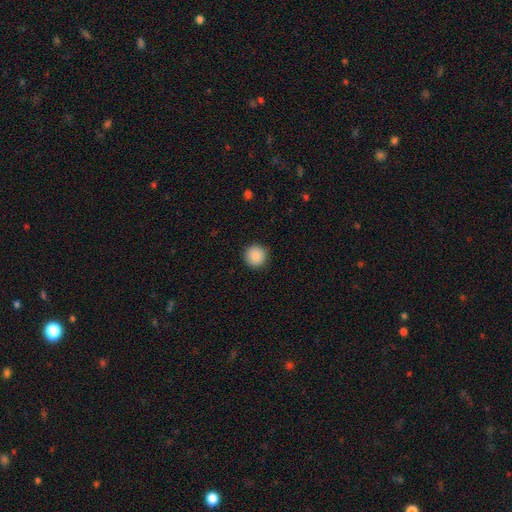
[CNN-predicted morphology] Smooth or featured? smooth (87%)
How rounded? round (95%)
Merging? none (90%)